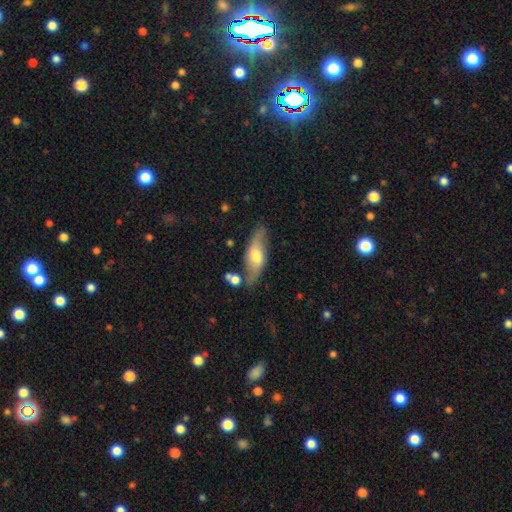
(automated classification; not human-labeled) smooth_or_featured: smooth (p=0.50) [alt: featured or disk p=0.44]
merging: none (p=0.71) [alt: minor disturbance p=0.18]